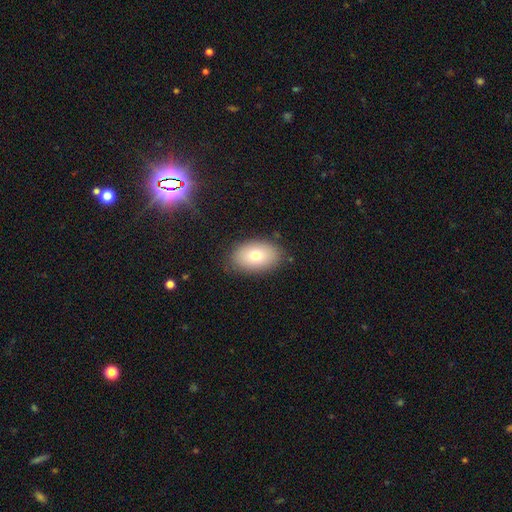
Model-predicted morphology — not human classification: The model was most divided on "smooth or featured": smooth: 73%, featured or disk: 18%, star or artifact: 9%. More confident: how rounded — in between (88%); merging — none (84%).